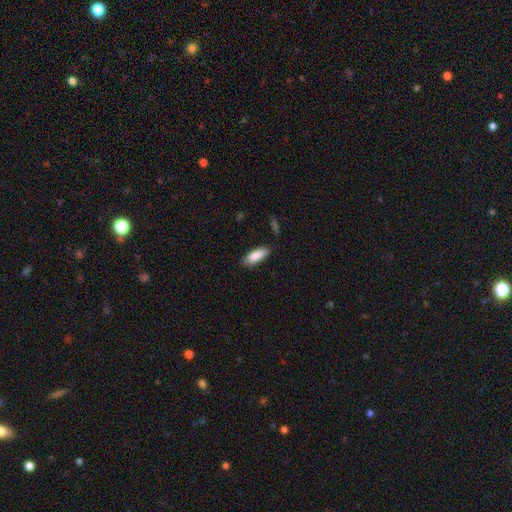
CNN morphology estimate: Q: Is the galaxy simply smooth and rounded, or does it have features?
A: smooth — 87%.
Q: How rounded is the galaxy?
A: in between — 70%.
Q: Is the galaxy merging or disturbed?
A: none — 84%.